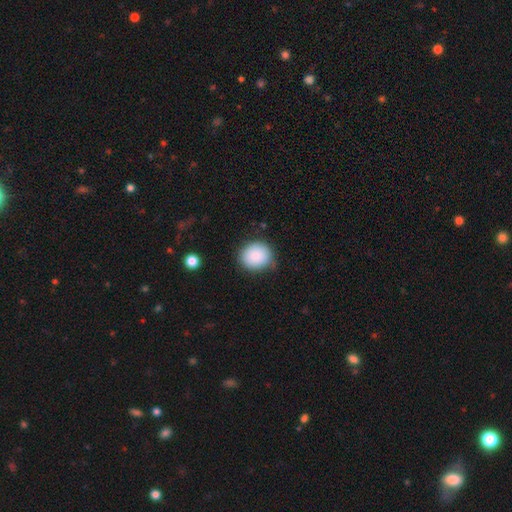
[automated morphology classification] This is clearly a smooth galaxy (87%). How rounded: likely round (77%). Merging: likely none (77%).